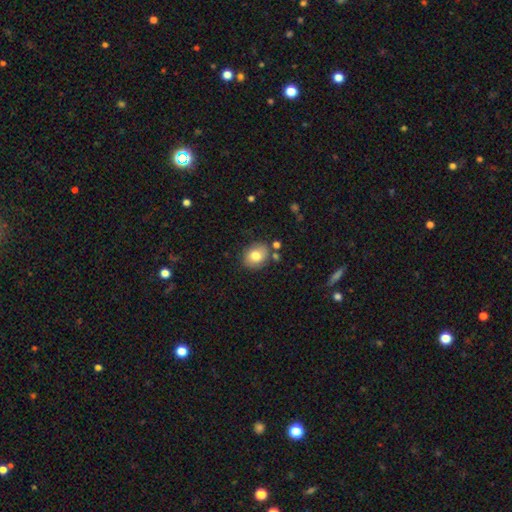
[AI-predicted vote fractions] This is likely a smooth galaxy (77%). How rounded: possibly round (55%). Merging: likely none (77%).